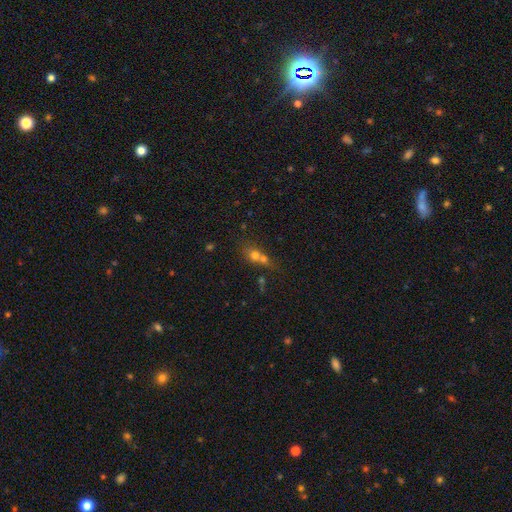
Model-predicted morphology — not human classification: A smooth galaxy with no disk features (61%) that is round (60%).

Vote fractions:
- Smooth or featured? smooth: 61% / featured or disk: 20% / star or artifact: 18%
- How rounded? round: 60% / in between: 35% / cigar-shaped: 5%
- Merging? merger: 60% / none: 28% / minor disturbance: 7% / major disturbance: 5%